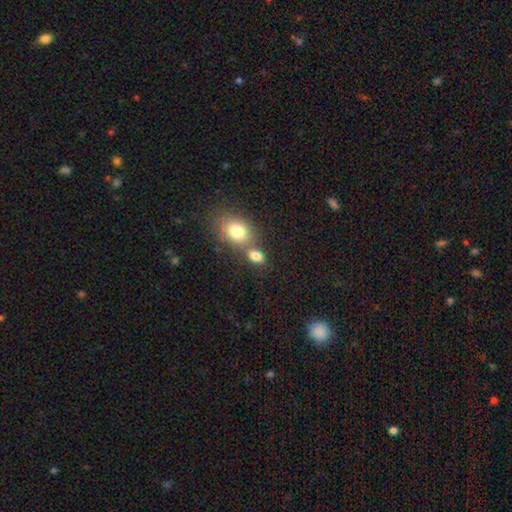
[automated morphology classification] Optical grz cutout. It shows a smooth galaxy with no disk features (80%) that is in between round and cigar-shaped (74%). Merging: none (46%).